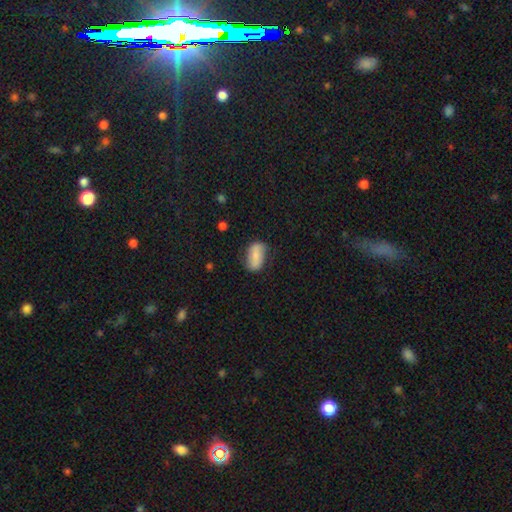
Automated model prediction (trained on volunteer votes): smooth-or-featured: smooth: 67% | featured or disk: 26% | star or artifact: 7%
  how-rounded: in between: 88% | round: 6% | cigar-shaped: 5%
  merging: none: 70% | minor disturbance: 22% | major disturbance: 6% | merger: 2%